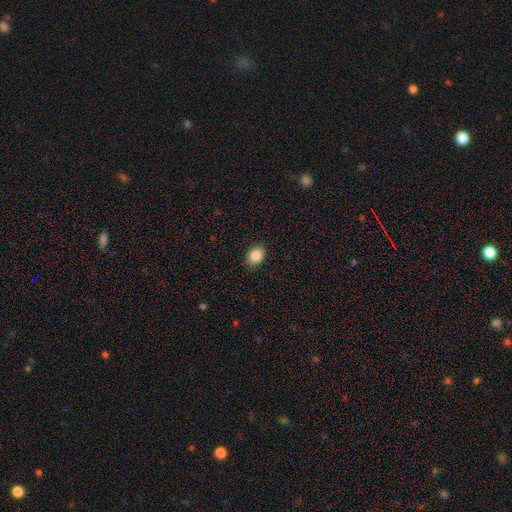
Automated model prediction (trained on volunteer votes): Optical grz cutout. It shows a smooth galaxy with no disk features (86%) that is in between round and cigar-shaped (63%). Merging: none (86%).